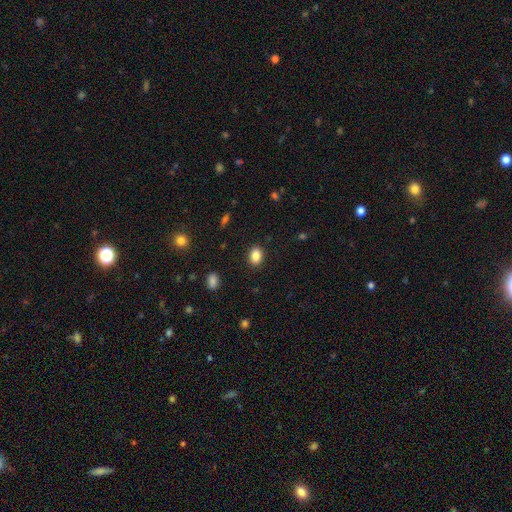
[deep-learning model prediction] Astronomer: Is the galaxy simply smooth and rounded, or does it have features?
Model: smooth — 86%.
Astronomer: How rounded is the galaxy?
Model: in between — 77%.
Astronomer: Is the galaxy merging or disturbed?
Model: none — 88%.